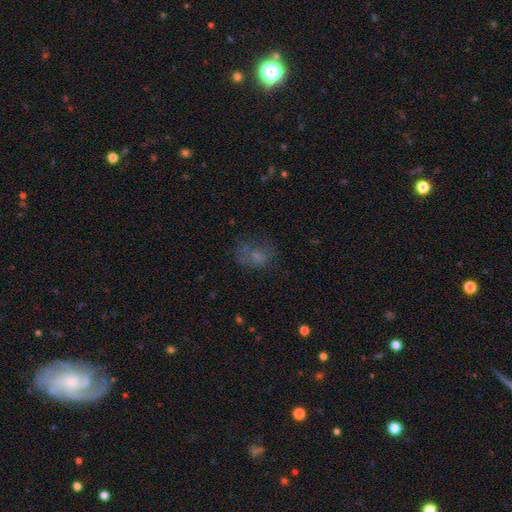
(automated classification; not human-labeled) Q: Smooth or featured?
A: smooth (54%); runner-up: featured or disk (24%)
Q: How rounded?
A: in between (61%); runner-up: round (37%)
Q: Merging?
A: none (42%); runner-up: major disturbance (28%)